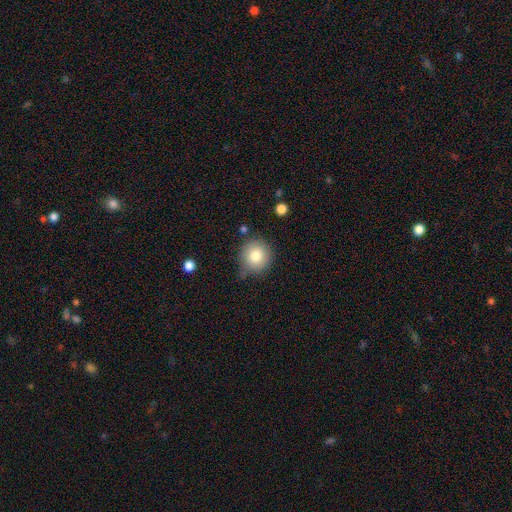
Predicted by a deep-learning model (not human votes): Overall: smooth (79%). How rounded: round (92%). Merging: none (72%).